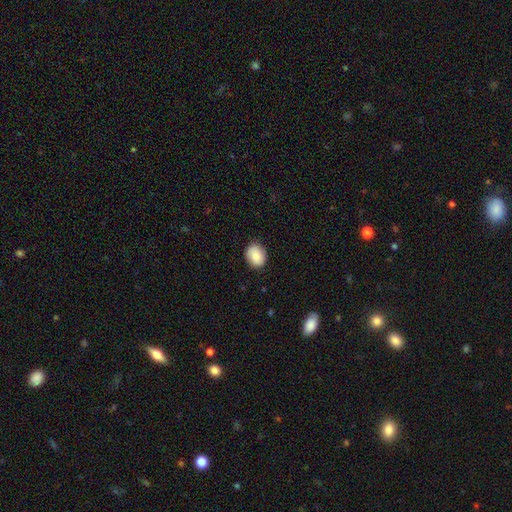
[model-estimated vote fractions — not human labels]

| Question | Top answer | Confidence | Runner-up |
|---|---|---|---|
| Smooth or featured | smooth | 84% | featured or disk (9%) |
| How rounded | in between | 50% | round (49%) |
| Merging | none | 85% | minor disturbance (11%) |